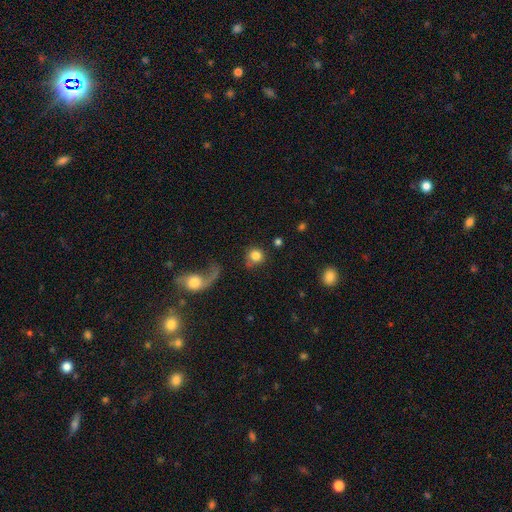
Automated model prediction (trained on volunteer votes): This appears to be a smooth galaxy with no disk features (79%) that is round (90%). Merging: none (64%).